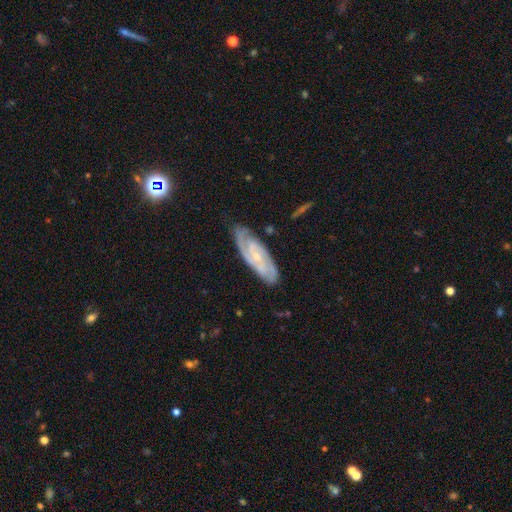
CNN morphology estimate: A featured or disk galaxy (83%) with no bar (54%), 2 (57%) tight (59%) spiral arms (96%) and a small central bulge (75%).

Vote fractions:
- Smooth or featured? featured or disk: 83% / smooth: 11% / star or artifact: 7%
- Edge-on disk? no: 89% / yes: 11%
- Bar? no: 54% / weak: 35% / strong: 11%
- Spiral arms? yes: 96% / no: 4%
- Spiral winding? tight: 59% / medium: 34% / loose: 7%
- Spiral arm count? 2: 57% / can't tell: 18% / 3: 14% / 4: 4% / 1: 3% / more than 4: 3%
- Bulge size? small: 75% / moderate: 16% / none: 7% / large: 1% / dominant: 1%
- Merging? none: 80% / minor disturbance: 15% / major disturbance: 4% / merger: 2%